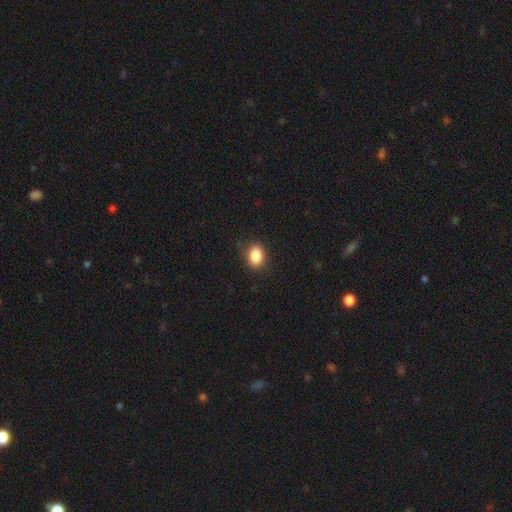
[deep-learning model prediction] This appears to be a smooth galaxy with no disk features (86%) that is in between round and cigar-shaped (74%). Merging: none (83%).